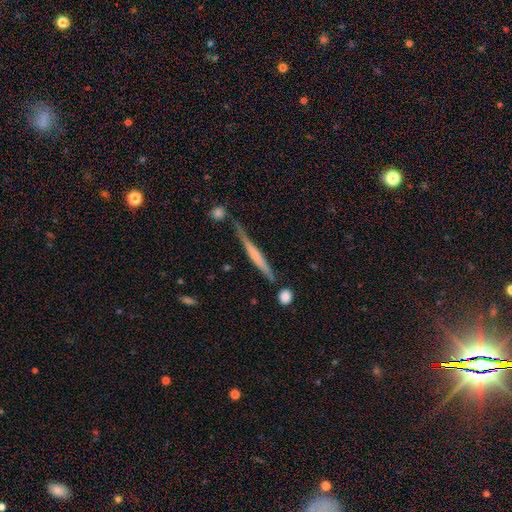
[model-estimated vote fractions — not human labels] A featured or disk galaxy (56%) viewed edge-on (96%) with no central bulge (51%). Merging: none (69%).